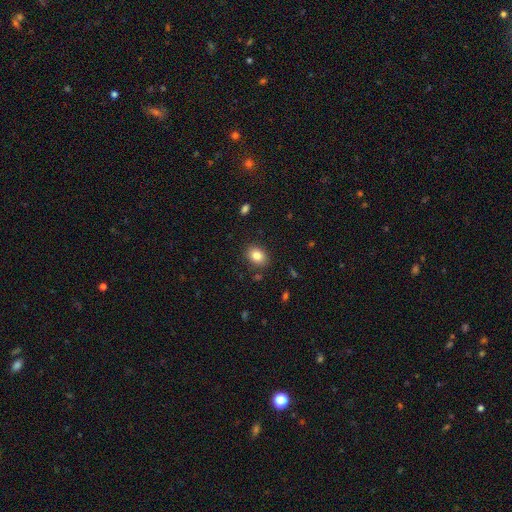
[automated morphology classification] This is clearly a smooth galaxy (83%). How rounded: likely in between (67%). Merging: clearly none (87%).